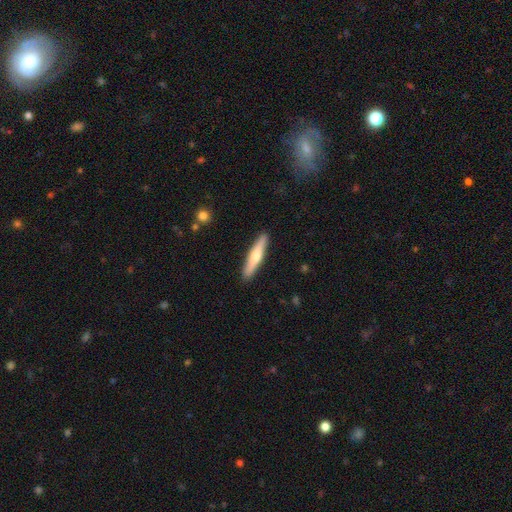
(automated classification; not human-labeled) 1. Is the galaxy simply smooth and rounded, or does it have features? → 55% smooth, 40% featured or disk, 5% star or artifact.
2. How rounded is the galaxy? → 90% cigar-shaped, 9% in between, 1% round.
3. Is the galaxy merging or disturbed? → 91% none, 7% minor disturbance, 1% major disturbance, 1% merger.